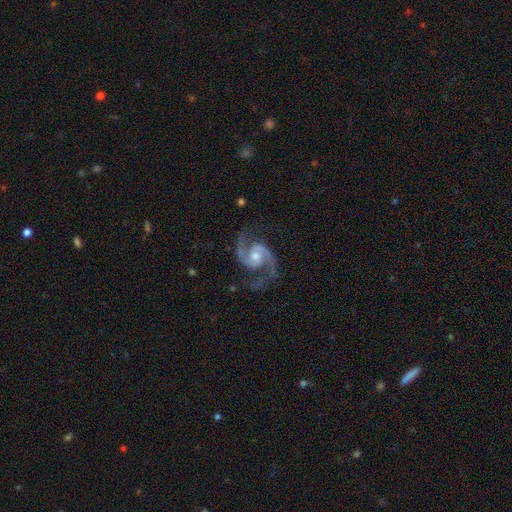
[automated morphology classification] type=featured or disk (94%); edge-on=no (98%); bar=no (57%); spiral arms=yes (99%); winding=medium (65%); arm count=2 (94%); bulge=moderate (60%); merging=none (77%).